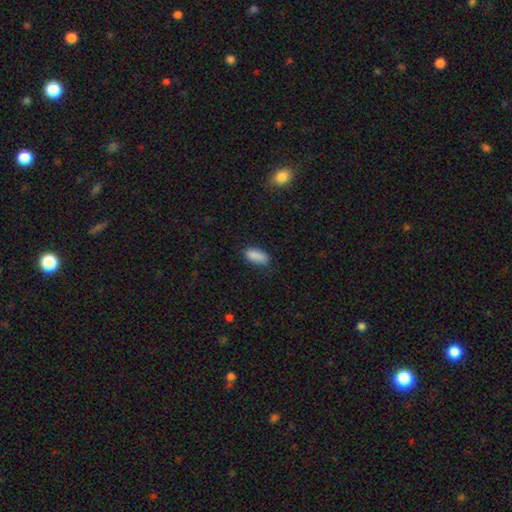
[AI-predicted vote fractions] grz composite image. It shows a smooth galaxy with no disk features (87%) that is in between round and cigar-shaped (82%). Merging: none (69%).